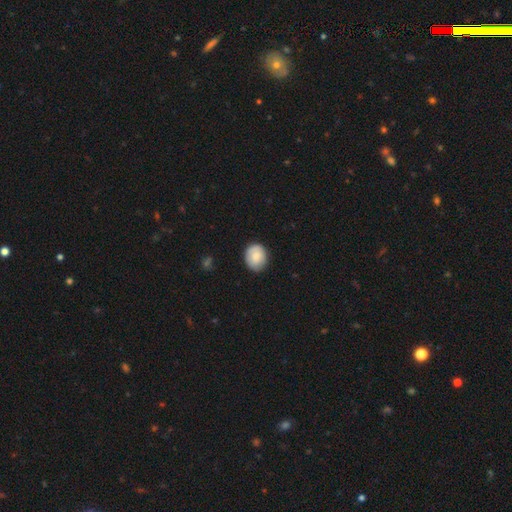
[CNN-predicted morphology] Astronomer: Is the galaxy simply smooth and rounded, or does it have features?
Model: smooth — 80%.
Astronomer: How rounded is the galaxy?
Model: round — 66%.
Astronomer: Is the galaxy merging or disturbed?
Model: none — 81%.